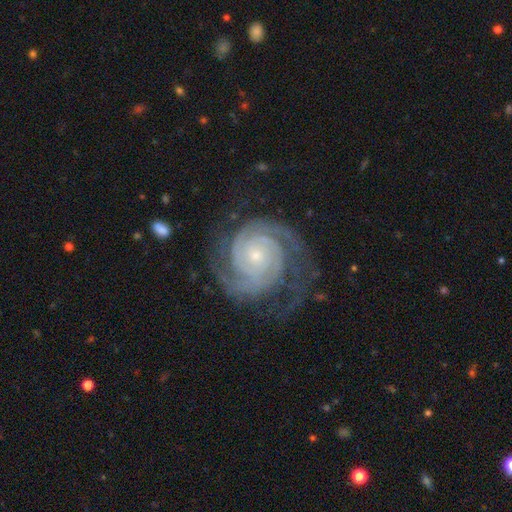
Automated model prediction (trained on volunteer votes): smooth_or_featured: featured or disk (p=0.93) [alt: star or artifact p=0.04]
disk_edge_on: no (p=0.98) [alt: yes p=0.02]
bar: no (p=0.75) [alt: weak p=0.18]
has_spiral_arms: yes (p=0.99) [alt: no p=0.01]
spiral_winding: tight (p=0.78) [alt: medium p=0.19]
spiral_arm_count: 2 (p=0.64) [alt: 3 p=0.15]
bulge_size: small (p=0.77) [alt: moderate p=0.19]
merging: none (p=0.72) [alt: minor disturbance p=0.16]